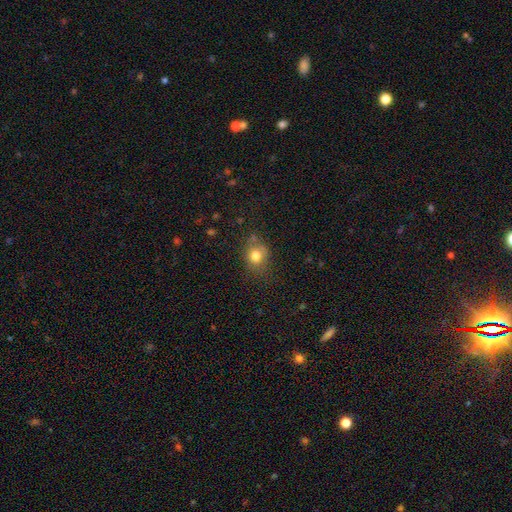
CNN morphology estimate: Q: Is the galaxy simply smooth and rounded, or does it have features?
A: smooth — 79%.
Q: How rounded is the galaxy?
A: round — 70%.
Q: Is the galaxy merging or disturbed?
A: none — 65%.